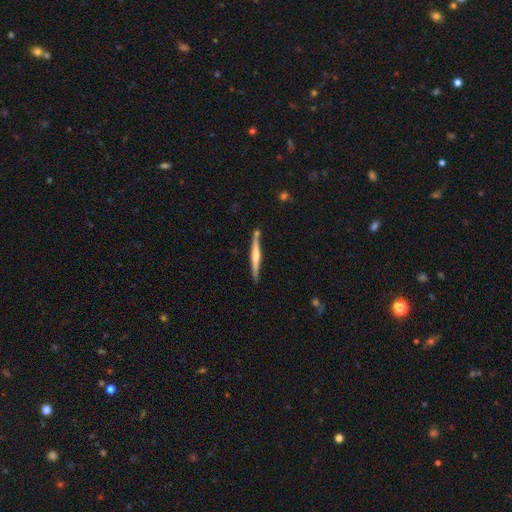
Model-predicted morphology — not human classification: This appears to be a featured or disk galaxy (58%) viewed edge-on (97%) with a rounded central bulge (51%). Merging: none (80%).